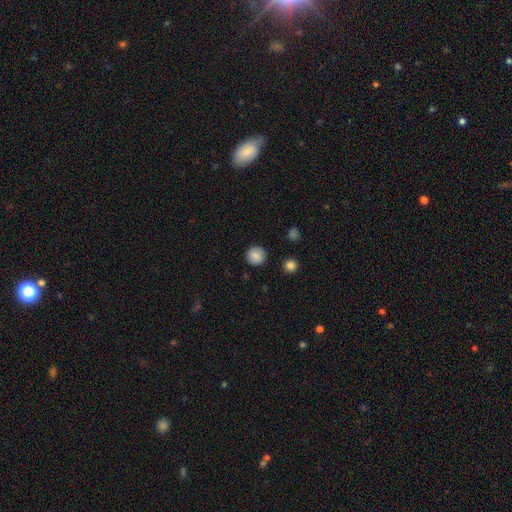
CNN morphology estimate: A smooth galaxy with no disk features (87%) that is round (95%). Merging: none (92%).